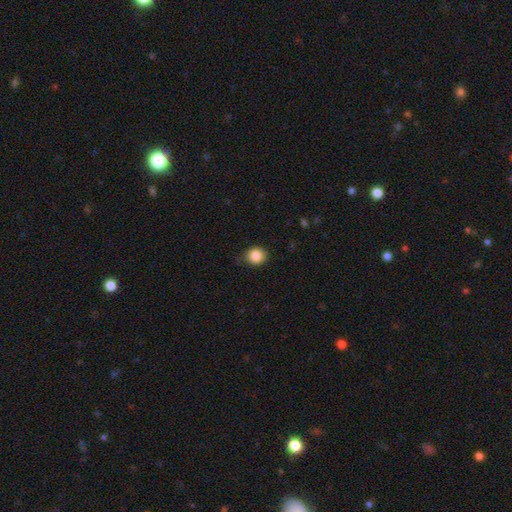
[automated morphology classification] smooth_or_featured: smooth (p=0.86) [alt: star or artifact p=0.09]
how_rounded: round (p=0.80) [alt: in between p=0.19]
merging: none (p=0.79) [alt: minor disturbance p=0.17]